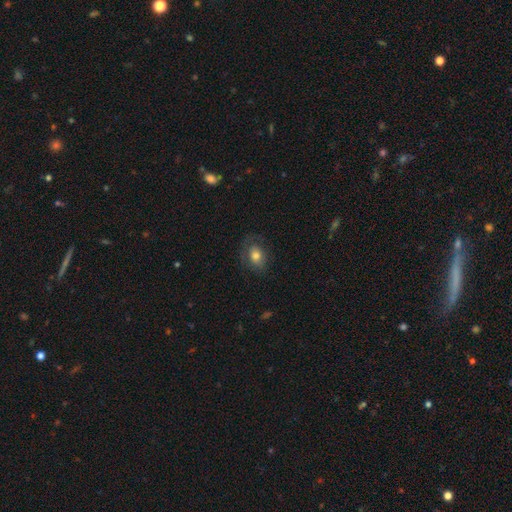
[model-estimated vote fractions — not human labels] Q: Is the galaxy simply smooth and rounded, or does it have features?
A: smooth — 67%.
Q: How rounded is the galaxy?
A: in between — 66%.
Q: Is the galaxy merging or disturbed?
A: none — 68%.